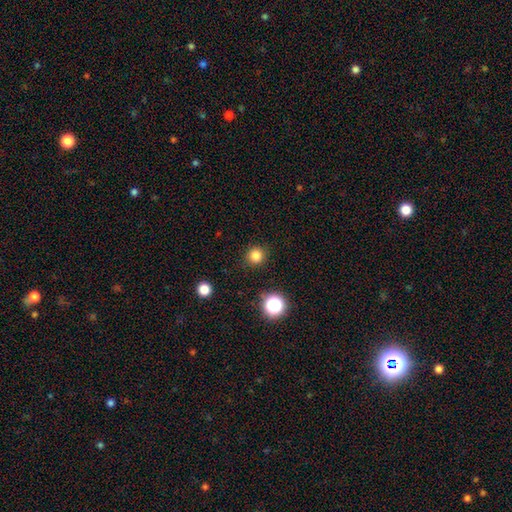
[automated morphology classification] Smooth or featured?
  - smooth: 82% *
  - star or artifact: 14%
  - featured or disk: 4%
How rounded?
  - round: 94% *
  - in between: 5%
  - cigar-shaped: 1%
Merging?
  - none: 90% *
  - minor disturbance: 6%
  - major disturbance: 2%
  - merger: 1%